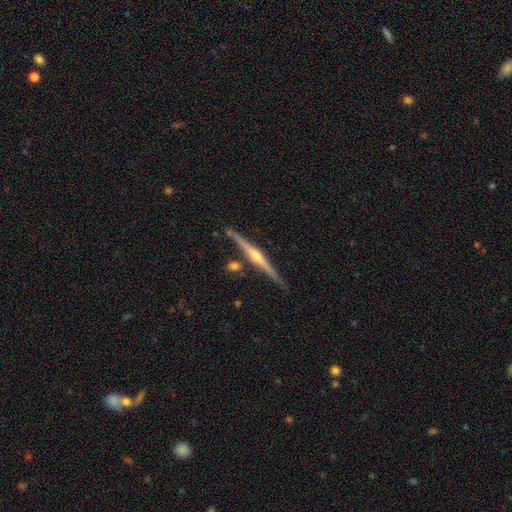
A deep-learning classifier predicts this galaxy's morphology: Smooth or featured? Predicted: featured or disk (p=0.85). Edge-on disk? Predicted: yes (p=0.98). Edge-on bulge? Predicted: rounded (p=0.90). Merging? Predicted: none (p=0.85).